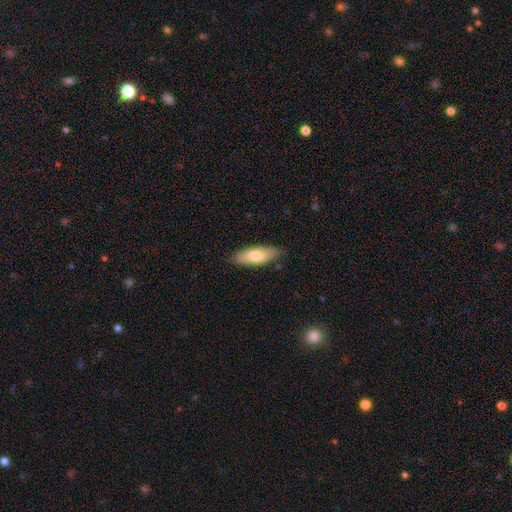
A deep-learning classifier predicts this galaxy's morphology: smooth-or-featured: smooth: 71% | featured or disk: 23% | star or artifact: 6%
  how-rounded: in between: 68% | cigar-shaped: 30% | round: 2%
  merging: none: 84% | minor disturbance: 13% | major disturbance: 2% | merger: 1%